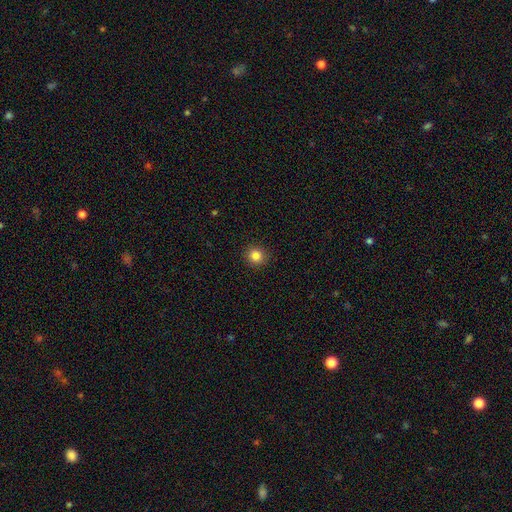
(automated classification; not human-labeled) This is clearly a smooth galaxy (85%). How rounded: clearly round (93%). Merging: clearly none (92%).